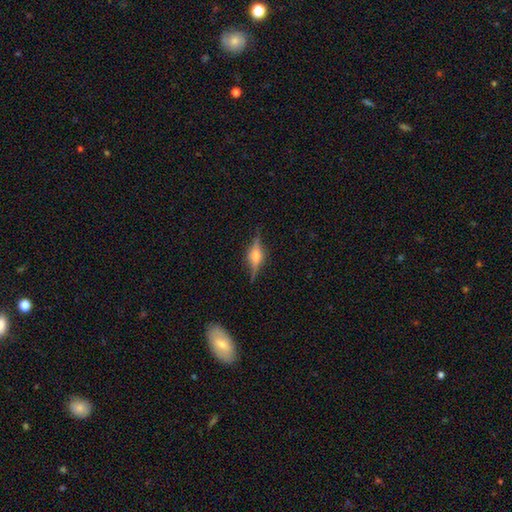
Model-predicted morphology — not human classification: Q: Smooth or featured?
A: featured or disk (80%); runner-up: smooth (12%)
Q: Edge-on disk?
A: yes (96%); runner-up: no (4%)
Q: Edge-on bulge?
A: rounded (88%); runner-up: boxy (10%)
Q: Merging?
A: none (85%); runner-up: minor disturbance (11%)